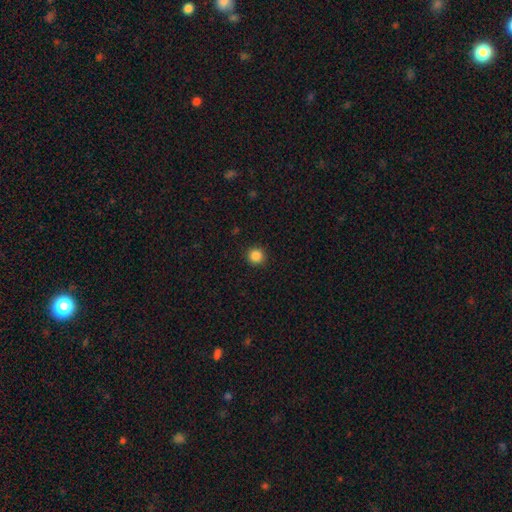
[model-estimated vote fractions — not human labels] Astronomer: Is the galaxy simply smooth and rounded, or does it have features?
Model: smooth — 86%.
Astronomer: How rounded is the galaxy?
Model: round — 95%.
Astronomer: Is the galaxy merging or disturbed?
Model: none — 93%.